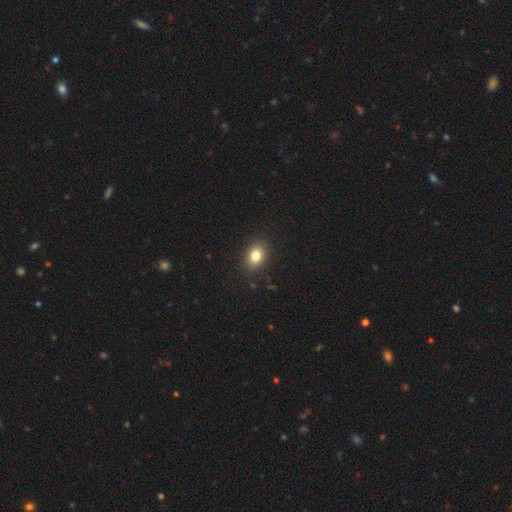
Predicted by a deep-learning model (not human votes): Smooth or featured? Predicted: smooth (p=0.82). How rounded? Predicted: in between (p=0.66). Merging? Predicted: none (p=0.88).